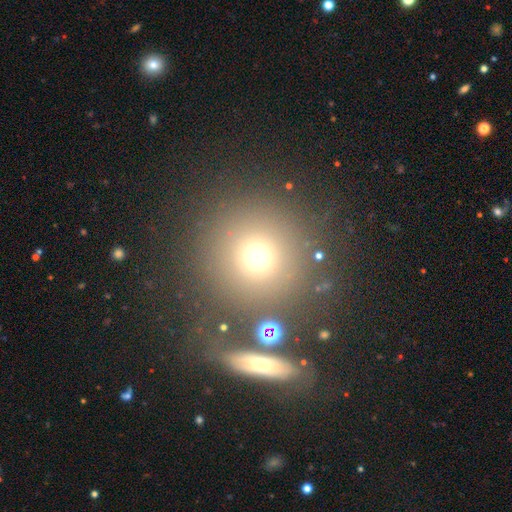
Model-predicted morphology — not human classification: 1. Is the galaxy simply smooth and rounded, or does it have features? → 69% smooth, 20% star or artifact, 12% featured or disk.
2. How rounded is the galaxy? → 94% round, 5% in between, 1% cigar-shaped.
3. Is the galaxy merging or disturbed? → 76% none, 9% minor disturbance, 9% merger, 6% major disturbance.